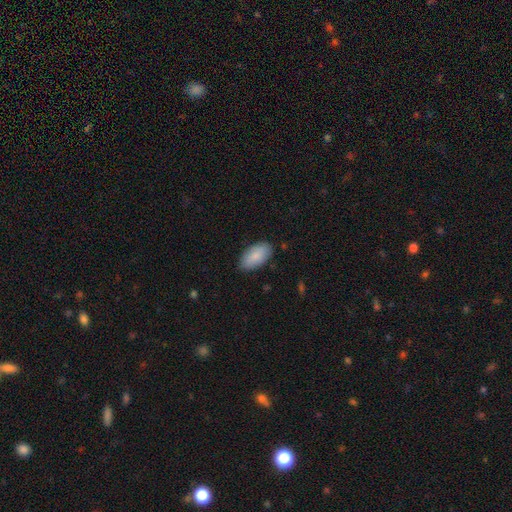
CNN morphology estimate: Smooth or featured? smooth (87%)
How rounded? in between (95%)
Merging? none (85%)